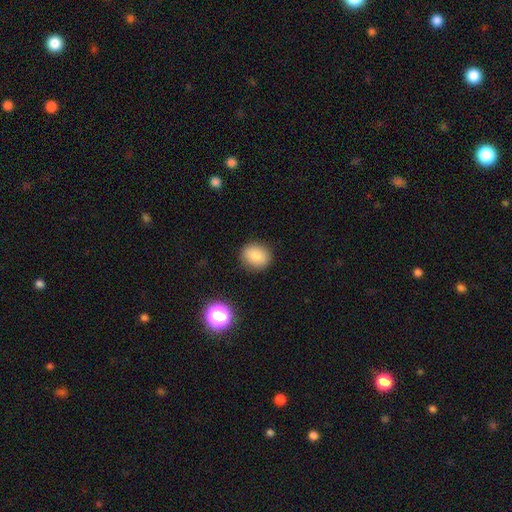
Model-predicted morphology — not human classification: Smooth or featured?
  - smooth: 81% *
  - star or artifact: 10%
  - featured or disk: 9%
How rounded?
  - round: 66% *
  - in between: 33%
  - cigar-shaped: 1%
Merging?
  - none: 88% *
  - minor disturbance: 8%
  - major disturbance: 2%
  - merger: 1%